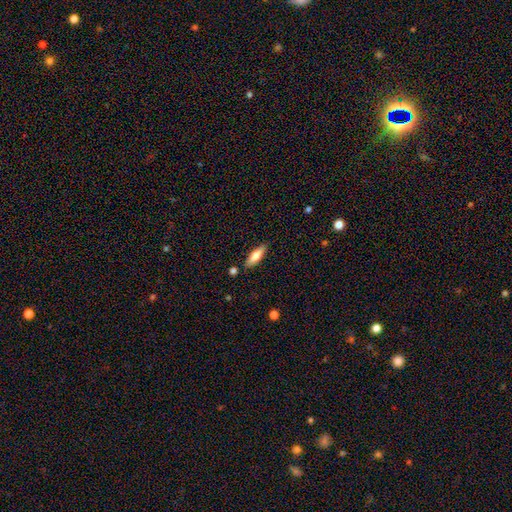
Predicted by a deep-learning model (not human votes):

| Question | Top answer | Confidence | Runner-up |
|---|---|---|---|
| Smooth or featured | smooth | 71% | featured or disk (23%) |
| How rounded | cigar-shaped | 51% | in between (47%) |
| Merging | none | 85% | minor disturbance (10%) |